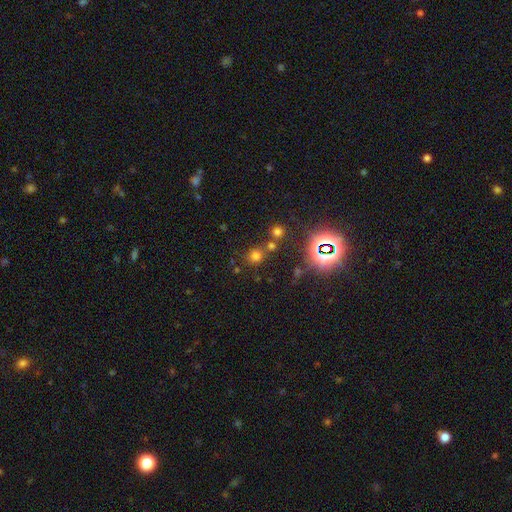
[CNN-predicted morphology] smooth 61%, star or artifact 32%, featured or disk 7%. Down the decision tree: how rounded — round (85%); merging — none (68%).